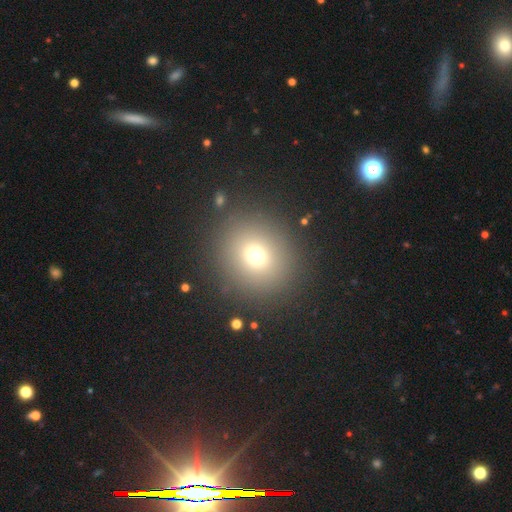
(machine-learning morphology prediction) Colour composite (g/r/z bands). It shows a smooth galaxy with no disk features (70%) that is round (85%). Merging: none (88%).